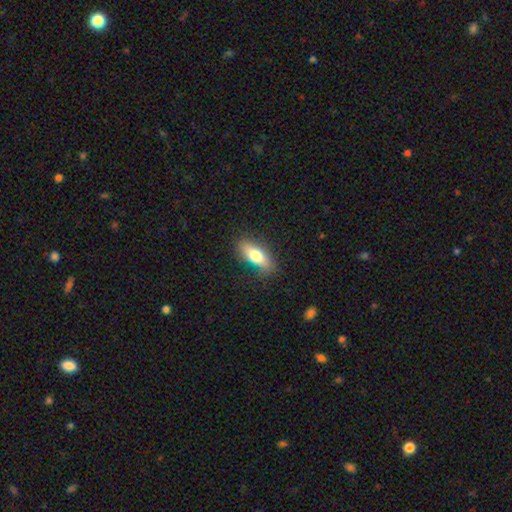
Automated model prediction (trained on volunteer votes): A smooth galaxy with no disk features (74%) that is in between round and cigar-shaped (73%).

Vote fractions:
- Smooth or featured? smooth: 74% / featured or disk: 19% / star or artifact: 7%
- How rounded? in between: 73% / cigar-shaped: 24% / round: 3%
- Merging? none: 83% / minor disturbance: 13% / major disturbance: 3% / merger: 1%